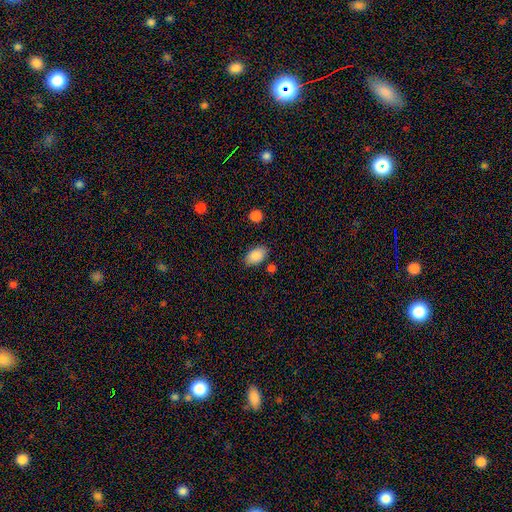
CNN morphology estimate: smooth-or-featured: smooth: 87% | star or artifact: 7% | featured or disk: 6%
  how-rounded: in between: 93% | round: 6% | cigar-shaped: 1%
  merging: none: 82% | minor disturbance: 11% | merger: 4% | major disturbance: 3%